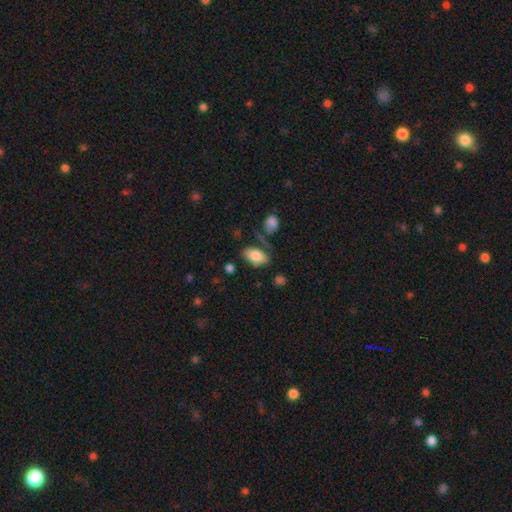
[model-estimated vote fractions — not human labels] Overall: smooth (81%). How rounded: in between (93%). Merging: none (67%).